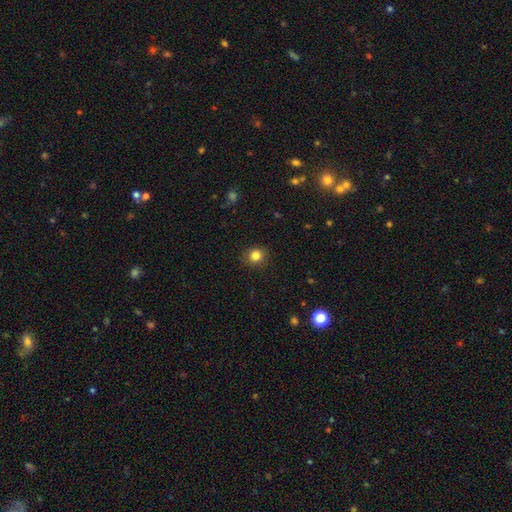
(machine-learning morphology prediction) type=smooth (83%); roundness=round (85%); merging=none (89%).